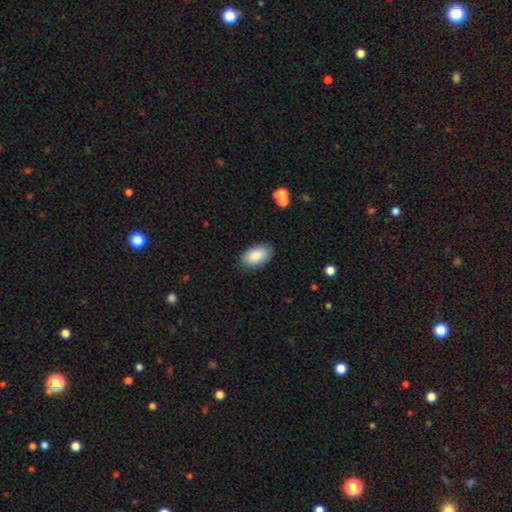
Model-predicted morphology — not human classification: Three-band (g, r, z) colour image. It shows a smooth galaxy with no disk features (88%) that is in between round and cigar-shaped (94%). Merging: none (86%).